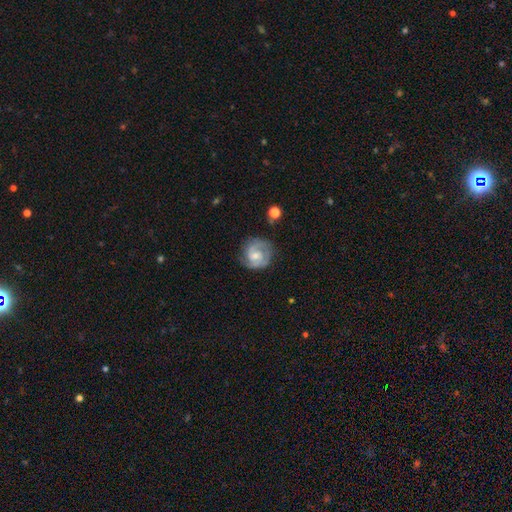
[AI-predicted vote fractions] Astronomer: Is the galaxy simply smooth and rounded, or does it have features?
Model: featured or disk — 75%.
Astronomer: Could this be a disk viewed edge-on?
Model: no — 98%.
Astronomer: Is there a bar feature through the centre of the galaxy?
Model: no — 55% (runner-up: weak, 38%).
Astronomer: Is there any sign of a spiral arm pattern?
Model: yes — 92%.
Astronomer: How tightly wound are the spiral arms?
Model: tight — 52% (runner-up: medium, 38%).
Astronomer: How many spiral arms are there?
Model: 2 — 69%.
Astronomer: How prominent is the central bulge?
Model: small — 50% (runner-up: moderate, 45%).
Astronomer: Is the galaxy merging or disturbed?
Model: none — 71%.